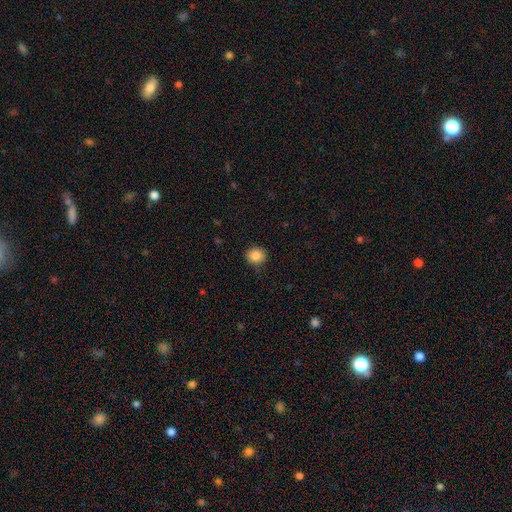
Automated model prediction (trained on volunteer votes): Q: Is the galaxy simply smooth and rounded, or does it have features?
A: smooth — 86%.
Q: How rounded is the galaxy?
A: round — 84%.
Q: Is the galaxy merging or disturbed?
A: none — 87%.